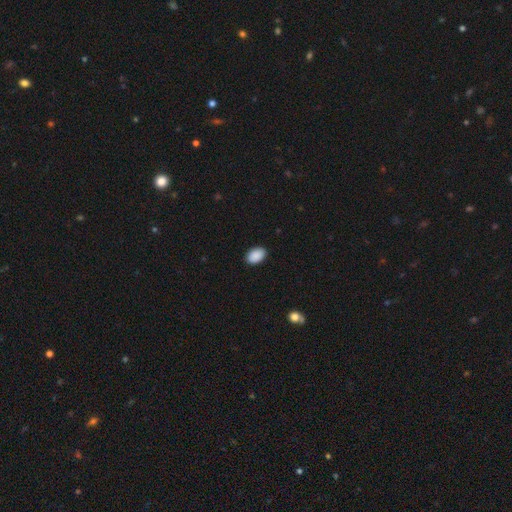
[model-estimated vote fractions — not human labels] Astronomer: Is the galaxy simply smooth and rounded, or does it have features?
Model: smooth — 91%.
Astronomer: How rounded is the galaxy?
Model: in between — 89%.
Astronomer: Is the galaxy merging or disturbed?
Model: none — 89%.